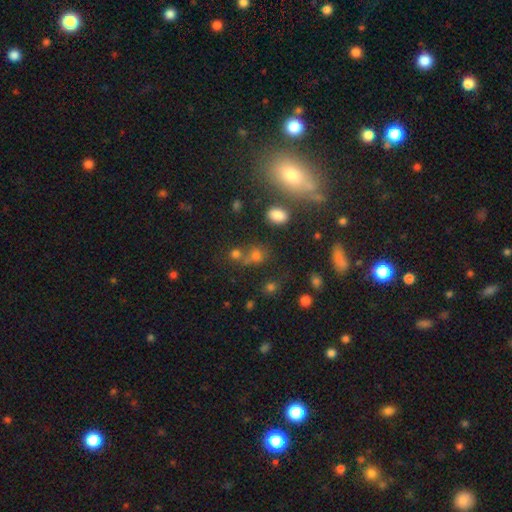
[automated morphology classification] type=smooth (64%); roundness=round (63%); merging=none (55%).